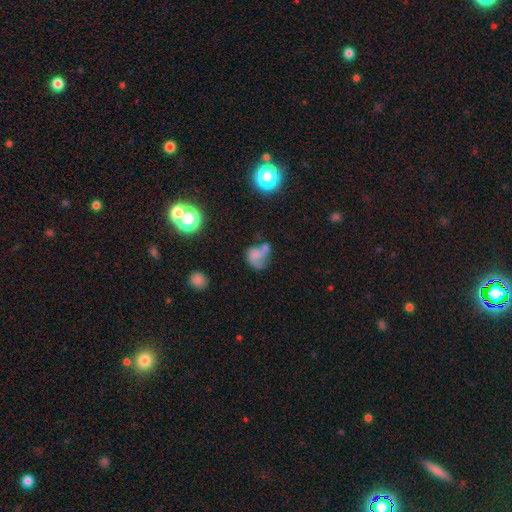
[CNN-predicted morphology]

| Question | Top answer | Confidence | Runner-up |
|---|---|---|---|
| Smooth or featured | smooth | 46% | featured or disk (37%) |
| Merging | merger | 36% | major disturbance (26%) |